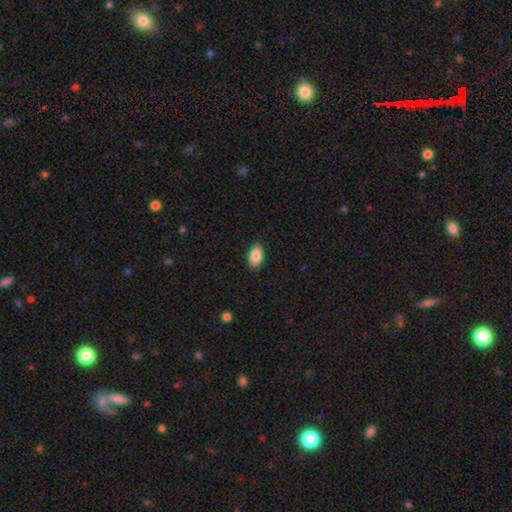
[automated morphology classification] smooth-or-featured: smooth: 86% | star or artifact: 7% | featured or disk: 7%
  how-rounded: in between: 93% | round: 6% | cigar-shaped: 2%
  merging: none: 89% | minor disturbance: 8% | major disturbance: 2% | merger: 1%